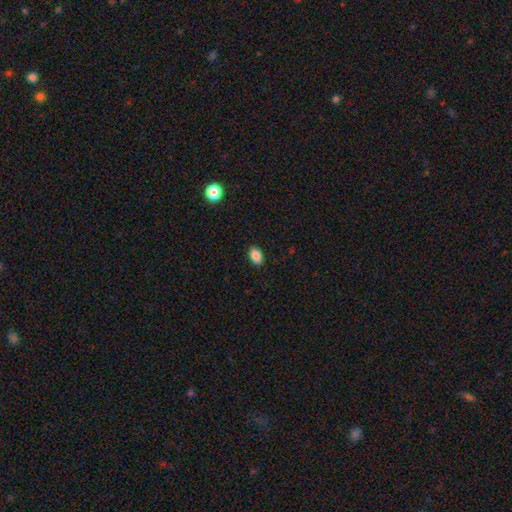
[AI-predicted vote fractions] Q: Smooth or featured?
A: smooth (88%); runner-up: star or artifact (8%)
Q: How rounded?
A: in between (88%); runner-up: round (10%)
Q: Merging?
A: none (90%); runner-up: minor disturbance (8%)